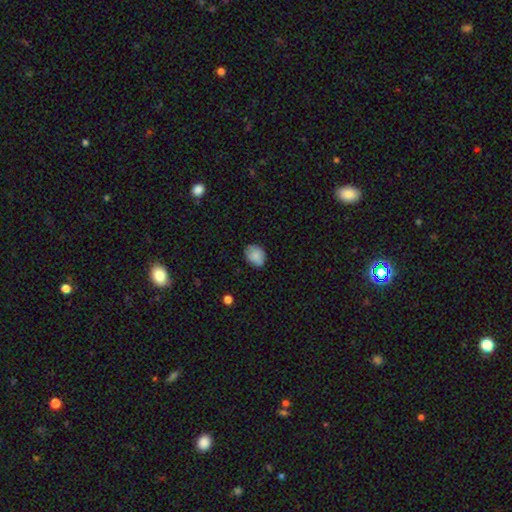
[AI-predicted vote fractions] Overall: smooth (86%). How rounded: in between (62%; round 37%). Merging: none (78%).